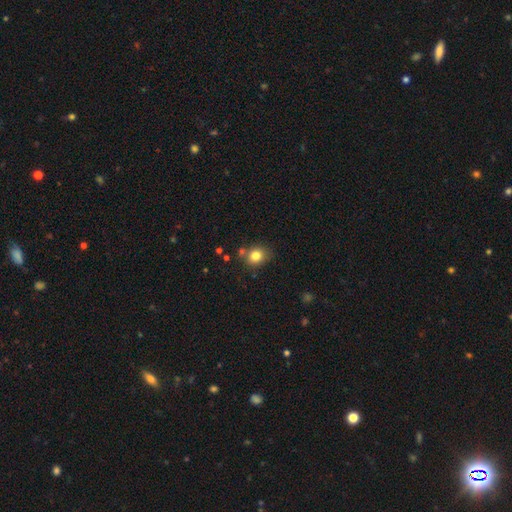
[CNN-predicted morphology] Smooth or featured? Predicted: smooth (p=0.81). How rounded? Predicted: round (p=0.72). Merging? Predicted: none (p=0.72).